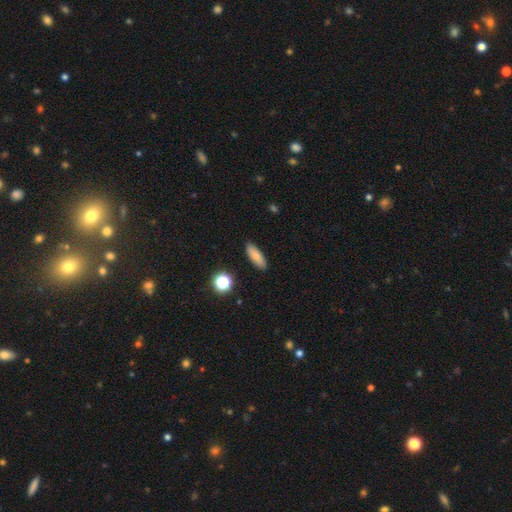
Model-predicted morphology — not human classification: A smooth galaxy with no disk features (82%) that is in between round and cigar-shaped (59%). Merging: none (89%).